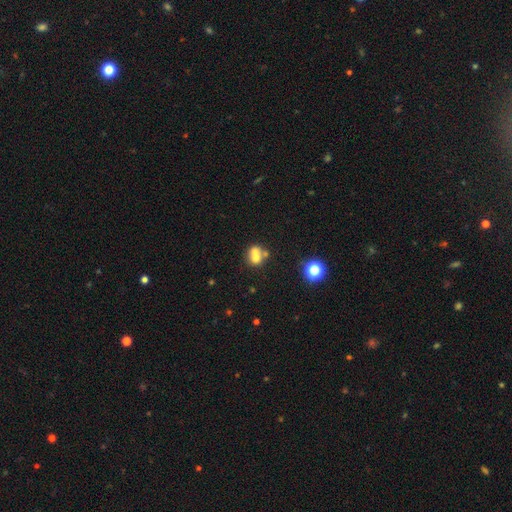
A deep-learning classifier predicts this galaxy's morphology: Overall: smooth (63%; featured or disk 24%). How rounded: round (72%). Merging: merger (59%; none 30%).